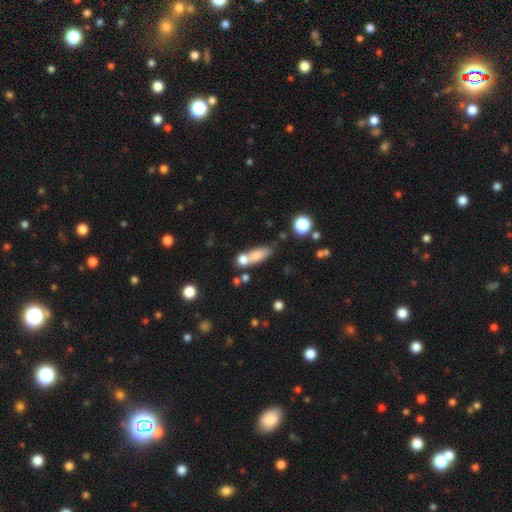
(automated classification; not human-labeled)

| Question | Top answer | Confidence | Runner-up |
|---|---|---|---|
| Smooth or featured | smooth | 73% | featured or disk (17%) |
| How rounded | in between | 56% | cigar-shaped (35%) |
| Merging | none | 45% | merger (36%) |